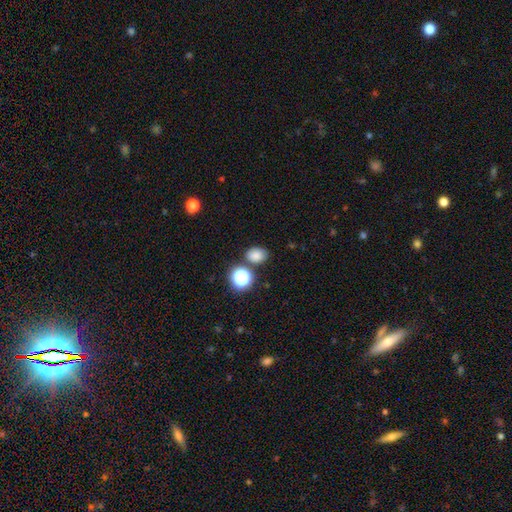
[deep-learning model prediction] A smooth galaxy with no disk features (79%) that is in between round and cigar-shaped (62%).

Vote fractions:
- Smooth or featured? smooth: 79% / star or artifact: 15% / featured or disk: 6%
- How rounded? in between: 62% / round: 38% / cigar-shaped: 1%
- Merging? none: 77% / minor disturbance: 11% / merger: 9% / major disturbance: 3%